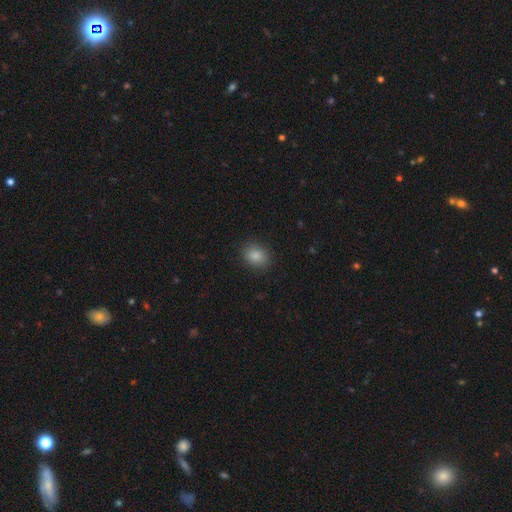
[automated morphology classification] Smooth or featured?
  - smooth: 85% *
  - star or artifact: 9%
  - featured or disk: 5%
How rounded?
  - in between: 51% *
  - round: 48%
  - cigar-shaped: 1%
Merging?
  - none: 87% *
  - minor disturbance: 9%
  - major disturbance: 3%
  - merger: 1%